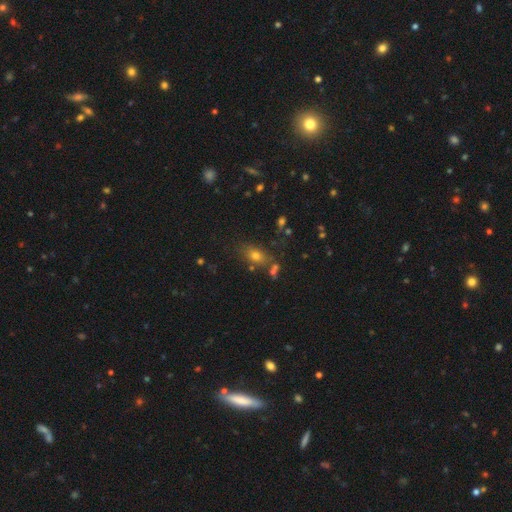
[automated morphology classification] Smooth or featured: smooth — 66% (star or artifact — 21%)
How rounded: in between — 69% (round — 25%)
Merging: none — 68% (minor disturbance — 14%)